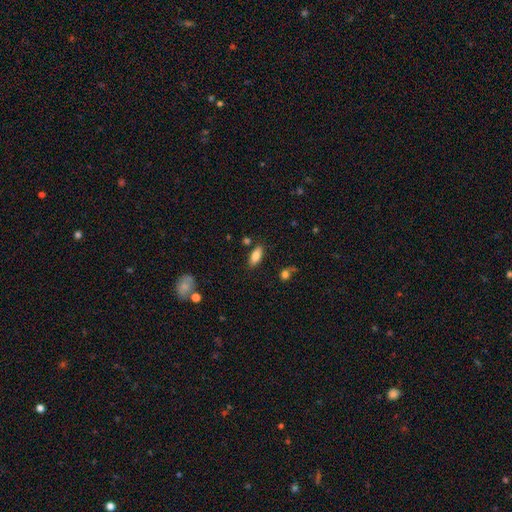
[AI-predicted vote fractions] Smooth or featured? Predicted: smooth (p=0.83). How rounded? Predicted: in between (p=0.82). Merging? Predicted: none (p=0.82).